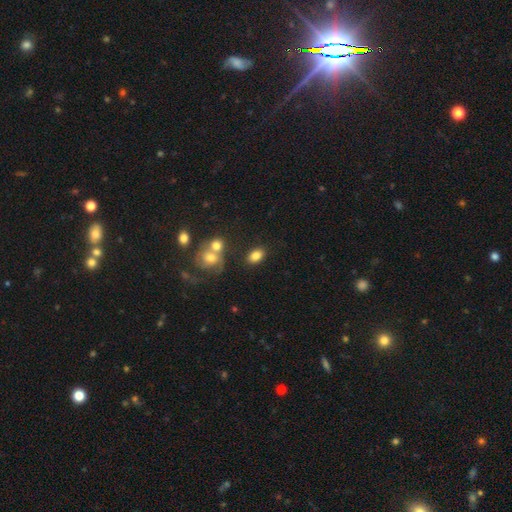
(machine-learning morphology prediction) smooth_or_featured: smooth (p=0.82) [alt: featured or disk p=0.10]
how_rounded: in between (p=0.84) [alt: round p=0.14]
merging: none (p=0.75) [alt: minor disturbance p=0.11]